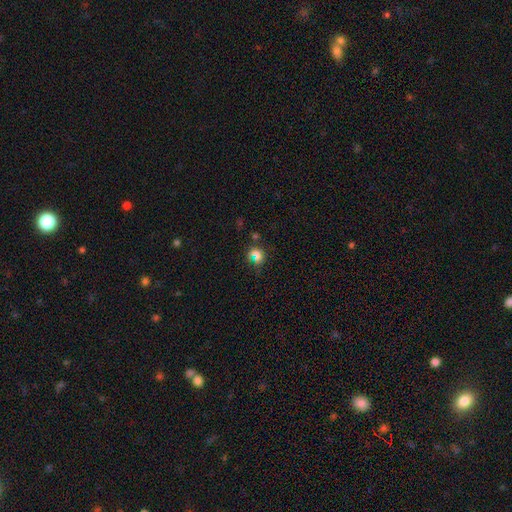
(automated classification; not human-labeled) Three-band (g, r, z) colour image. It shows a smooth galaxy with no disk features (53%) that is round (76%). Merging: none (61%).